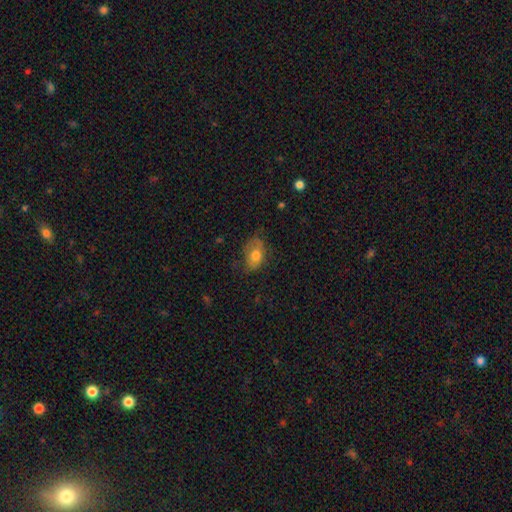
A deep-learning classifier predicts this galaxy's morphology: This appears to be a smooth galaxy with no disk features (71%) that is in between round and cigar-shaped (84%). Merging: none (55%).